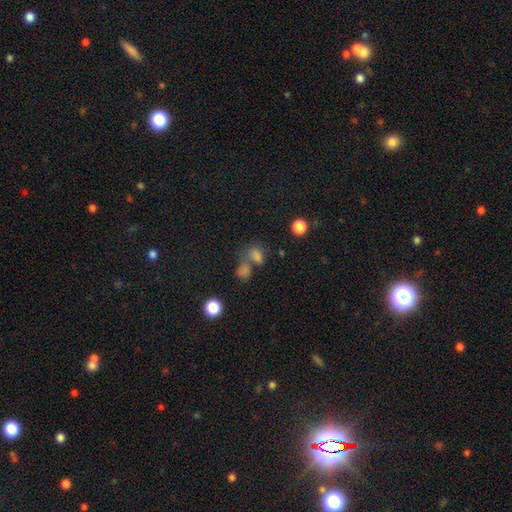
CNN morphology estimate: smooth-or-featured: smooth: 70% | star or artifact: 21% | featured or disk: 10%
  how-rounded: in between: 60% | round: 38% | cigar-shaped: 2%
  merging: merger: 48% | none: 35% | minor disturbance: 10% | major disturbance: 7%